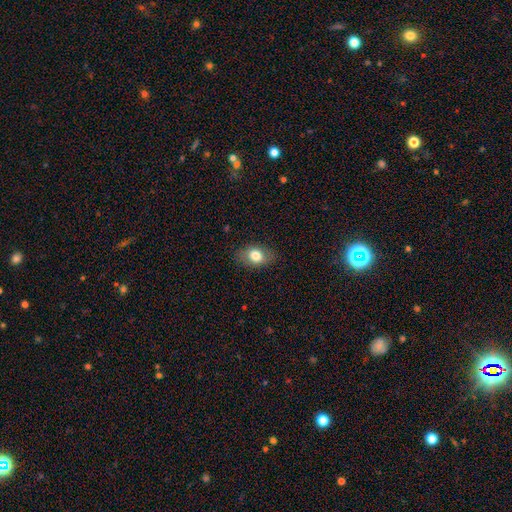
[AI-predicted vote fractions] Overall: smooth (78%). How rounded: in between (80%). Merging: none (84%).